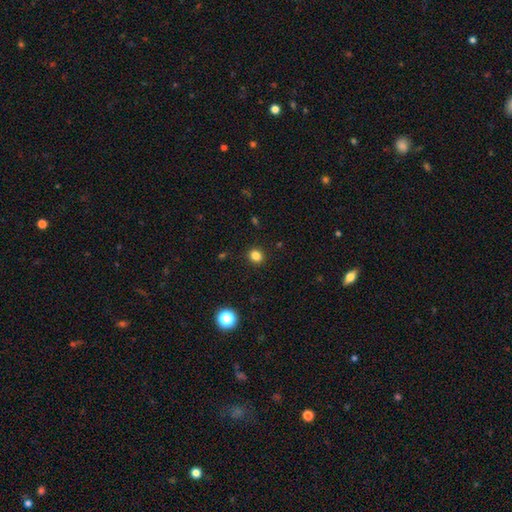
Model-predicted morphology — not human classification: smooth 83%, star or artifact 13%, featured or disk 4%. Down the decision tree: how rounded — round (74%); merging — none (90%).